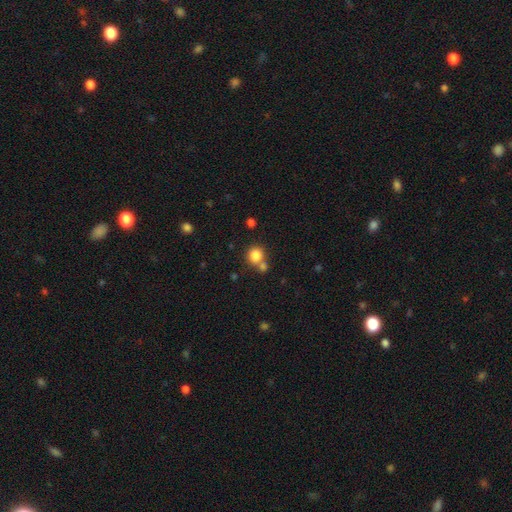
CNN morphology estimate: This appears to be a smooth galaxy with no disk features (83%) that is round (90%). Merging: none (61%).